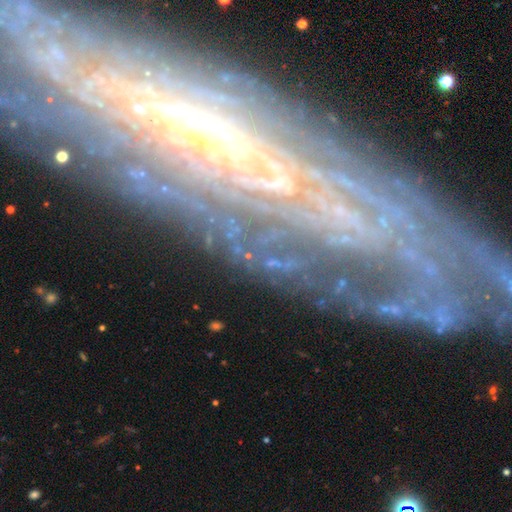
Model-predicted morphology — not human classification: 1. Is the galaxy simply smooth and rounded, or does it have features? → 79% featured or disk, 10% star or artifact, 10% smooth.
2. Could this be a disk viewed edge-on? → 69% no, 31% yes.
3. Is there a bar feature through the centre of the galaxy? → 53% no, 29% weak, 18% strong.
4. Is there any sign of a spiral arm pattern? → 84% yes, 16% no.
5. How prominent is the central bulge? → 59% small, 28% moderate, 5% large, 5% none, 2% dominant.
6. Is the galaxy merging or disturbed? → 74% none, 16% minor disturbance, 8% major disturbance, 3% merger.